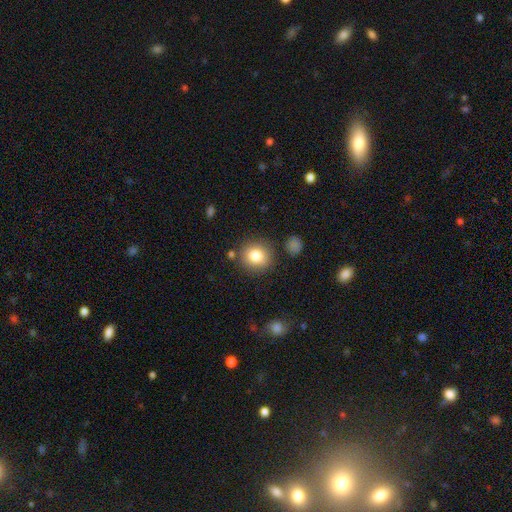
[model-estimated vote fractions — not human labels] A smooth galaxy with no disk features (82%) that is round (86%).

Vote fractions:
- Smooth or featured? smooth: 82% / star or artifact: 10% / featured or disk: 8%
- How rounded? round: 86% / in between: 13% / cigar-shaped: 1%
- Merging? none: 82% / minor disturbance: 10% / merger: 5% / major disturbance: 3%